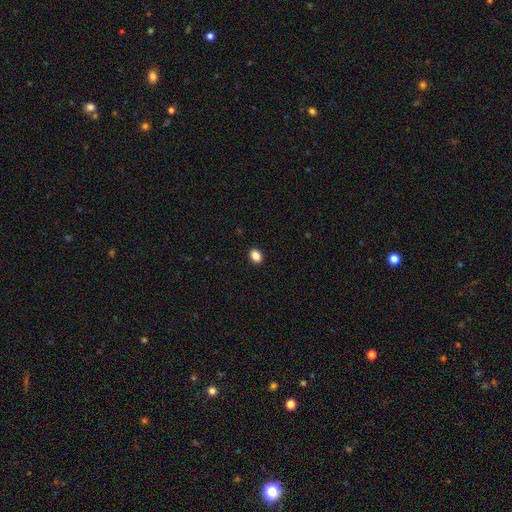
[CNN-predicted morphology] Smooth or featured?
  - smooth: 86% *
  - star or artifact: 10%
  - featured or disk: 4%
How rounded?
  - in between: 66% *
  - round: 33%
  - cigar-shaped: 1%
Merging?
  - none: 91% *
  - minor disturbance: 6%
  - major disturbance: 2%
  - merger: 1%